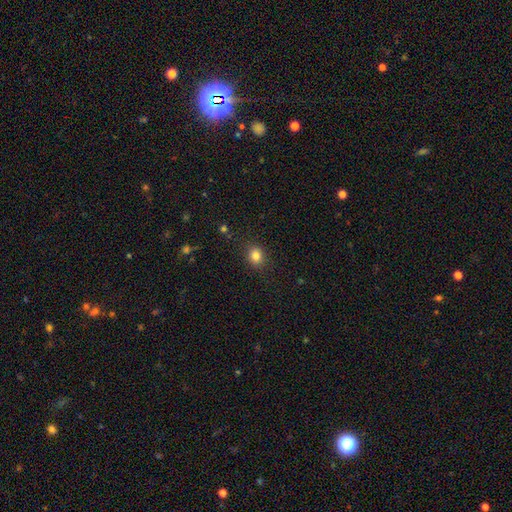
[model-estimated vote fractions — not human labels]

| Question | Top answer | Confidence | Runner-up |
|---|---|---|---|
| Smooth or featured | smooth | 83% | star or artifact (12%) |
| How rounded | round | 63% | in between (36%) |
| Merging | none | 87% | minor disturbance (9%) |